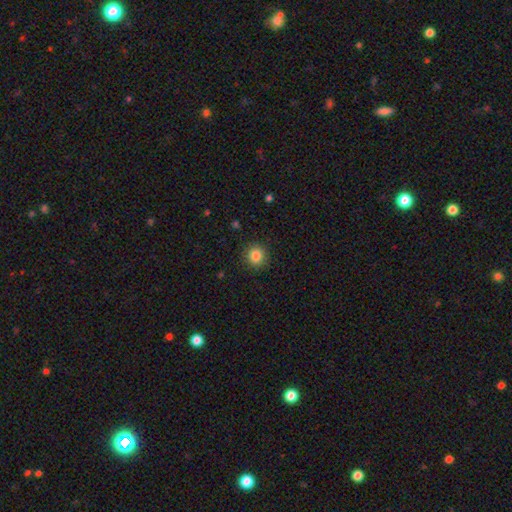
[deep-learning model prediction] smooth_or_featured: smooth (p=0.85) [alt: star or artifact p=0.11]
how_rounded: round (p=0.90) [alt: in between p=0.09]
merging: none (p=0.91) [alt: minor disturbance p=0.06]